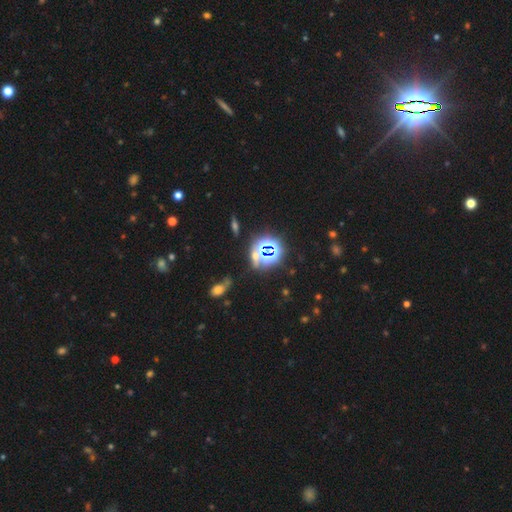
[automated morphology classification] type=star or artifact (69%).